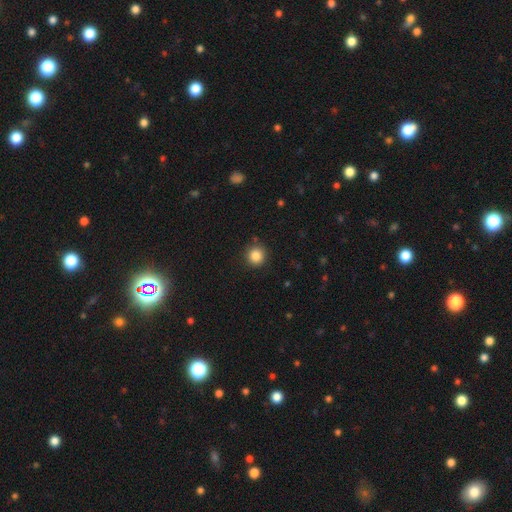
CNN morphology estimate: smooth_or_featured: smooth (p=0.85) [alt: star or artifact p=0.11]
how_rounded: round (p=0.94) [alt: in between p=0.05]
merging: none (p=0.89) [alt: minor disturbance p=0.07]